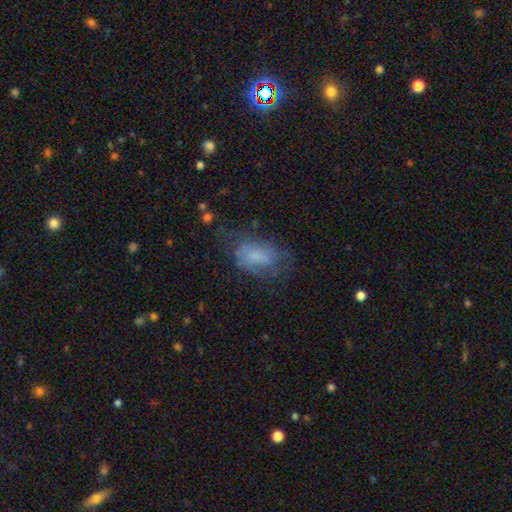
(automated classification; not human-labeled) The model was most divided on "merging": none: 48%, minor disturbance: 27%, major disturbance: 23%, merger: 2%. More confident: how rounded — in between (88%); smooth or featured — smooth (64%).